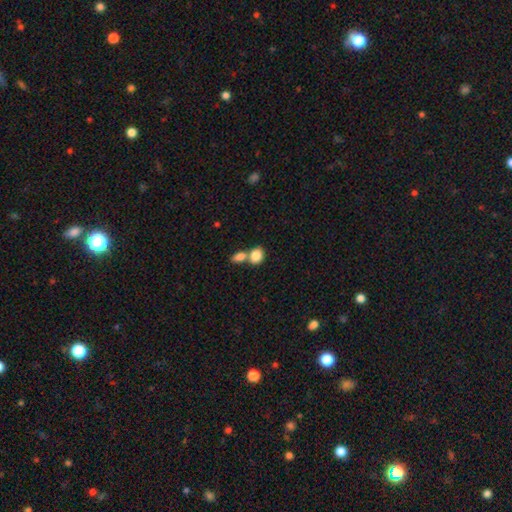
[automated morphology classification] This is clearly a smooth galaxy (85%). How rounded: likely in between (61%). Merging: possibly merger (54%).